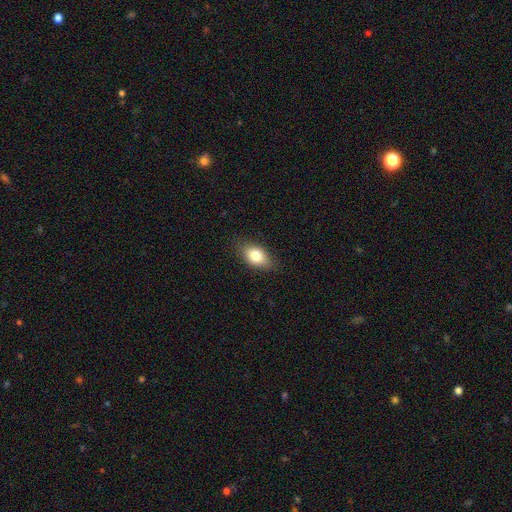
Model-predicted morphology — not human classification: Smooth or featured?
  - smooth: 79% *
  - featured or disk: 13%
  - star or artifact: 8%
How rounded?
  - in between: 85% *
  - round: 11%
  - cigar-shaped: 4%
Merging?
  - none: 81% *
  - minor disturbance: 15%
  - major disturbance: 3%
  - merger: 1%